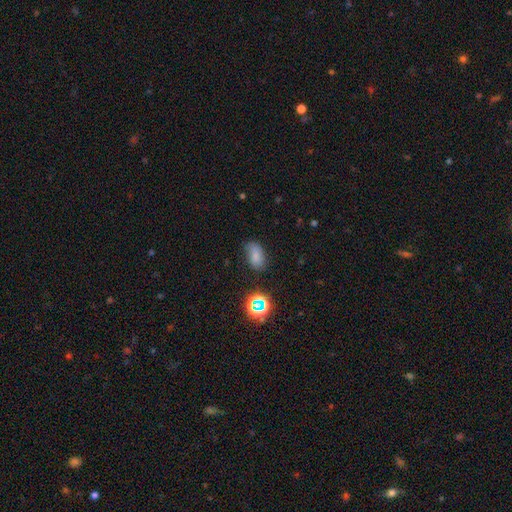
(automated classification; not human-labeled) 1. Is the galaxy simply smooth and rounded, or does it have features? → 72% smooth, 17% star or artifact, 10% featured or disk.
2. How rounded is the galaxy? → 88% in between, 9% round, 2% cigar-shaped.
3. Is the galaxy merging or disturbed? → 67% none, 24% minor disturbance, 6% major disturbance, 3% merger.